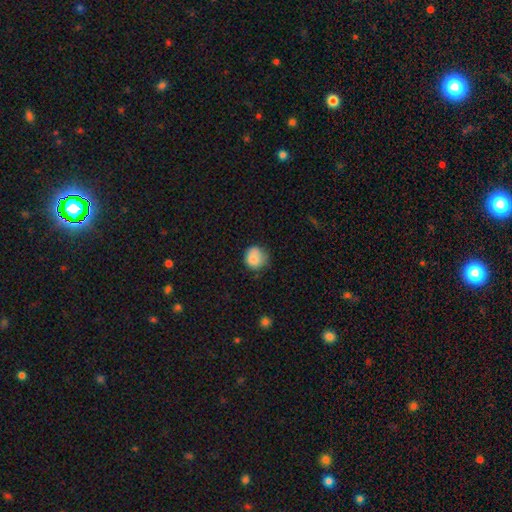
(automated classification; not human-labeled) Smooth or featured? smooth (81%)
How rounded? round (86%)
Merging? none (62%)